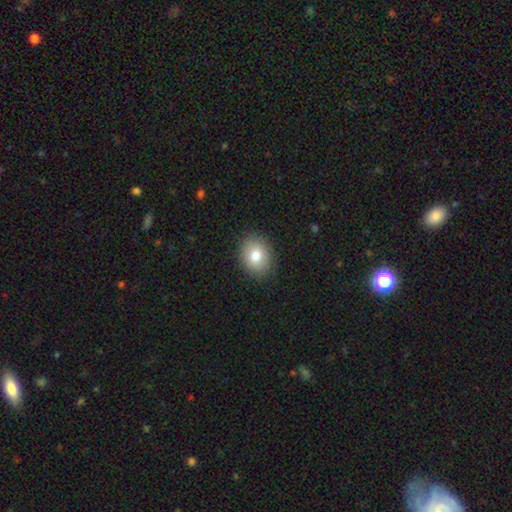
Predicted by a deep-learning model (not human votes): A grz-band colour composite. It shows a smooth galaxy with no disk features (80%) that is round (50%). Merging: none (89%).